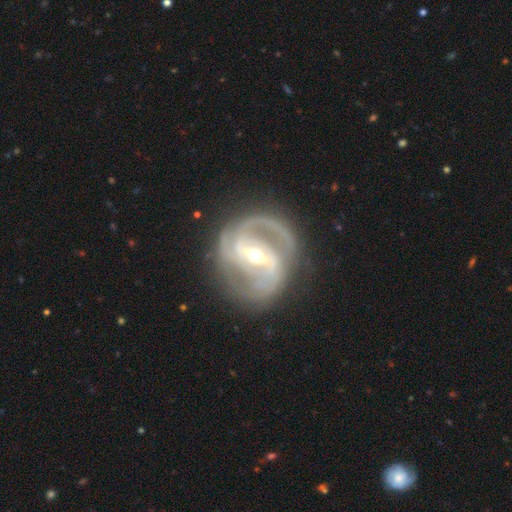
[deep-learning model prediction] This appears to be a featured or disk galaxy (90%) with a strong bar (58%), 2 (66%) medium (47%) spiral arms (96%) and a moderate central bulge (52%). Merging: none (71%).